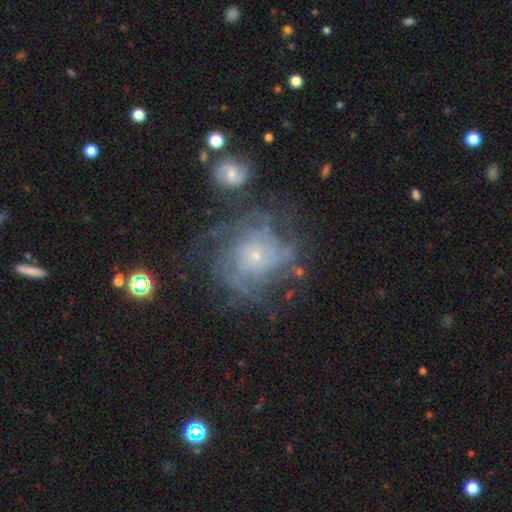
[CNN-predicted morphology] type=featured or disk (77%); edge-on=no (97%); bar=no (79%); spiral arms=yes (86%); winding=tight (49%); arm count=can't tell (41%); bulge=small (80%); merging=none (57%).